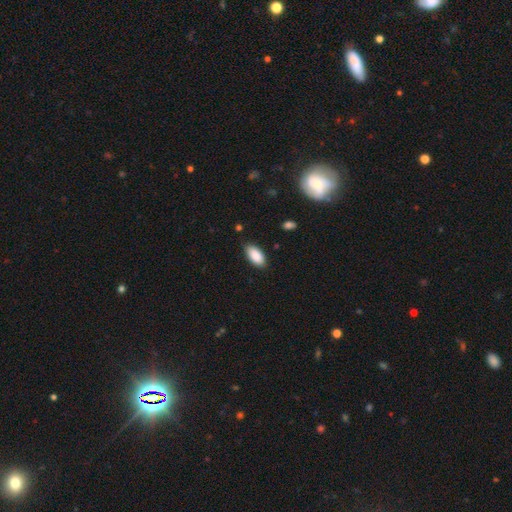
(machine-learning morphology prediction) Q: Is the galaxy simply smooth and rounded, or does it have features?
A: smooth — 89%.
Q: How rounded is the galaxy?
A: in between — 93%.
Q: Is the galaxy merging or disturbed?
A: none — 84%.